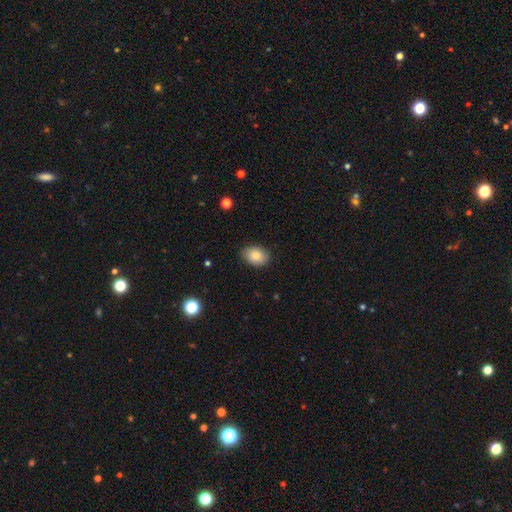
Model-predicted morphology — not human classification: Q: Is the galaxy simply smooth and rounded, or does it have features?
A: smooth — 86%.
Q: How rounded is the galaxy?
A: in between — 73%.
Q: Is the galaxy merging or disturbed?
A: none — 86%.